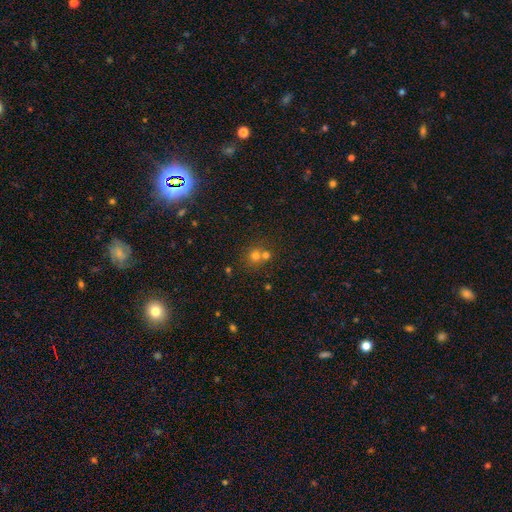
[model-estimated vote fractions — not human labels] This is likely a smooth galaxy (68%). How rounded: clearly round (86%). Merging: possibly none (50%).